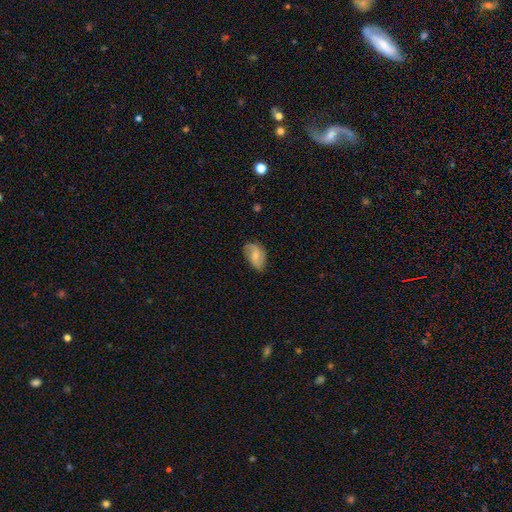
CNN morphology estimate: smooth_or_featured: featured or disk (p=0.50) [alt: smooth p=0.43]
merging: none (p=0.71) [alt: minor disturbance p=0.22]